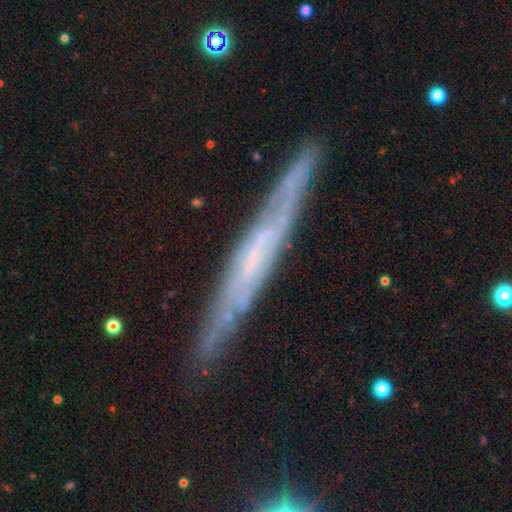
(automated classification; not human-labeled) Smooth or featured: featured or disk — 73% (smooth — 19%)
Edge-on disk: yes — 85% (no — 15%)
Edge-on bulge: none — 76% (rounded — 15%)
Merging: none — 84% (minor disturbance — 12%)